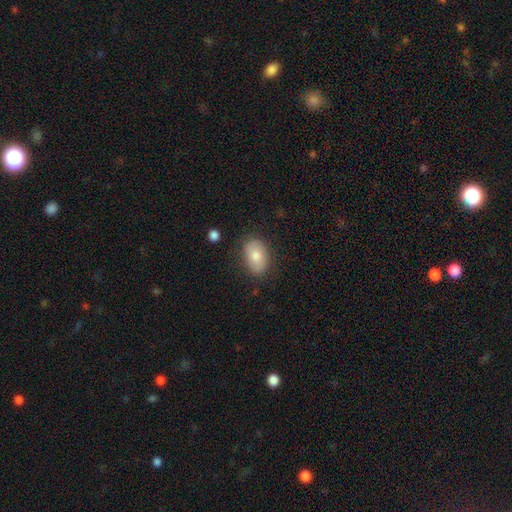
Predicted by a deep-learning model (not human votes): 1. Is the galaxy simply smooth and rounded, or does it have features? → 77% smooth, 15% featured or disk, 8% star or artifact.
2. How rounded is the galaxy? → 86% in between, 13% round, 1% cigar-shaped.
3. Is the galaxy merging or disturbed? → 82% none, 13% minor disturbance, 3% major disturbance, 1% merger.